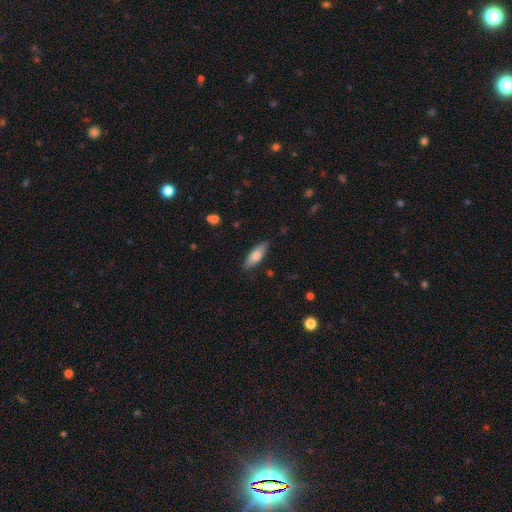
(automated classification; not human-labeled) smooth-or-featured: smooth: 75% | featured or disk: 19% | star or artifact: 6%
  how-rounded: in between: 61% | cigar-shaped: 37% | round: 2%
  merging: none: 85% | minor disturbance: 11% | major disturbance: 2% | merger: 1%